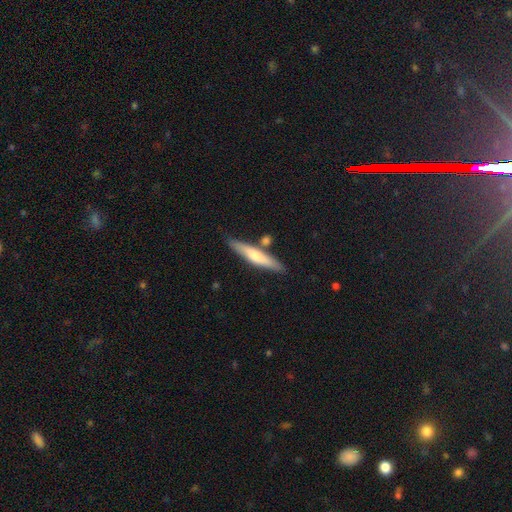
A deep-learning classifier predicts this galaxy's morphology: Smooth or featured? smooth (56%)
How rounded? cigar-shaped (89%)
Merging? none (77%)